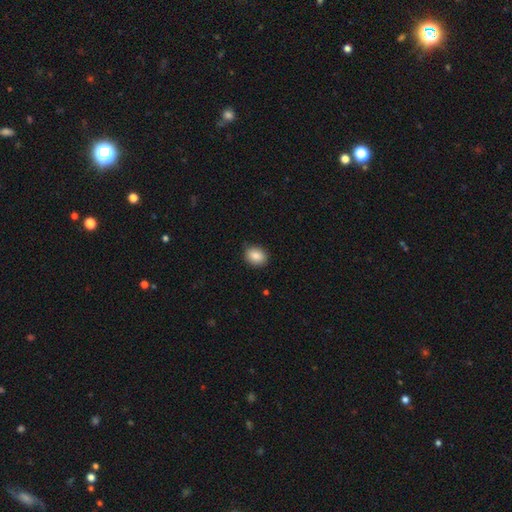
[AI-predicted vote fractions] A smooth galaxy with no disk features (86%) that is in between round and cigar-shaped (51%).

Vote fractions:
- Smooth or featured? smooth: 86% / star or artifact: 8% / featured or disk: 5%
- How rounded? in between: 51% / round: 48% / cigar-shaped: 1%
- Merging? none: 84% / minor disturbance: 13% / major disturbance: 2% / merger: 1%